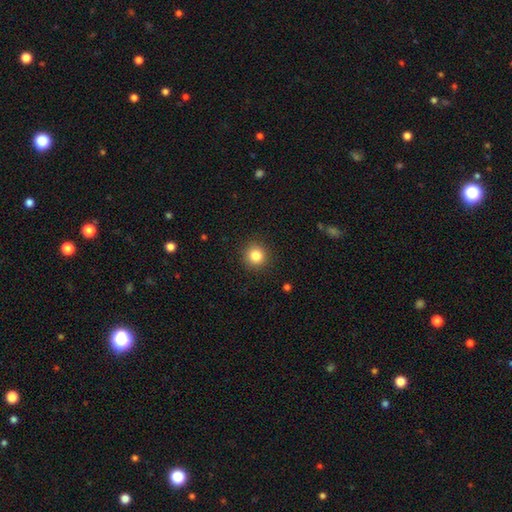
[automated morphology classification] Smooth or featured?
  - smooth: 84% *
  - star or artifact: 11%
  - featured or disk: 5%
How rounded?
  - round: 93% *
  - in between: 6%
  - cigar-shaped: 1%
Merging?
  - none: 91% *
  - minor disturbance: 6%
  - major disturbance: 2%
  - merger: 1%